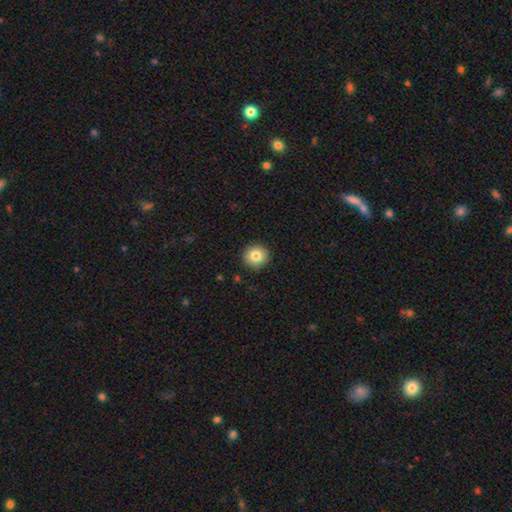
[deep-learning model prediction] A smooth galaxy with no disk features (82%) that is round (93%).

Vote fractions:
- Smooth or featured? smooth: 82% / star or artifact: 10% / featured or disk: 8%
- How rounded? round: 93% / in between: 6% / cigar-shaped: 1%
- Merging? none: 91% / minor disturbance: 6% / major disturbance: 2% / merger: 1%